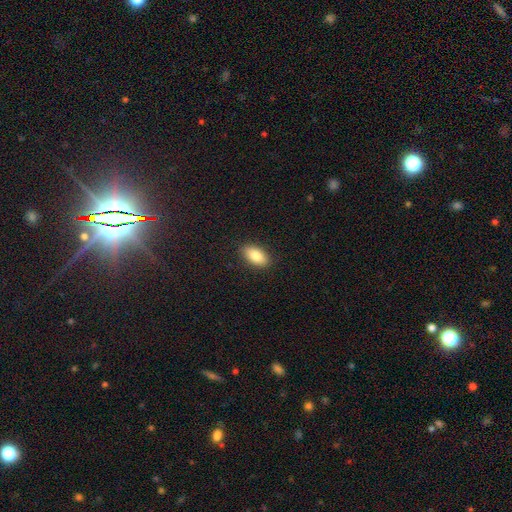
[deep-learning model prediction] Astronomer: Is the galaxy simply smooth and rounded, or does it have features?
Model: smooth — 83%.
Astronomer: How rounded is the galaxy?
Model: in between — 91%.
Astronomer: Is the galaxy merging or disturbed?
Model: none — 88%.